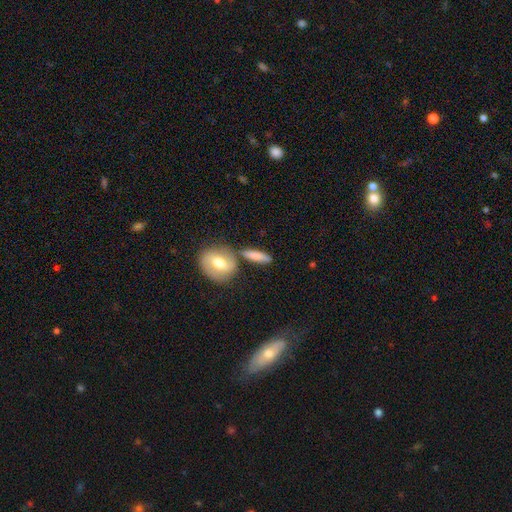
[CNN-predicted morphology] smooth 75%, featured or disk 19%, star or artifact 6%. Down the decision tree: how rounded — cigar-shaped (60%); merging — none (69%).